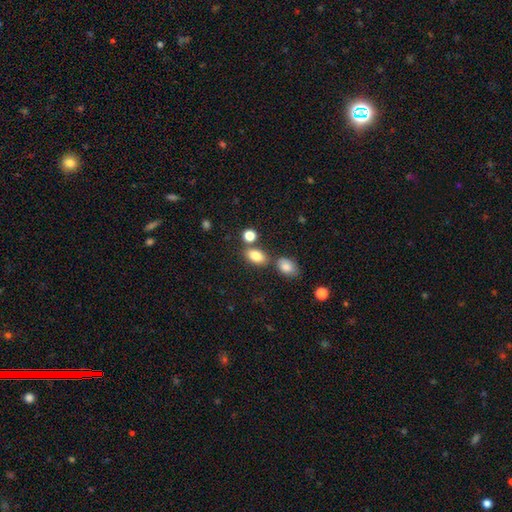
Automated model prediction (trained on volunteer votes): The model was most divided on "merging": none: 63%, merger: 20%, minor disturbance: 13%, major disturbance: 4%. More confident: how rounded — in between (85%); smooth or featured — smooth (83%).